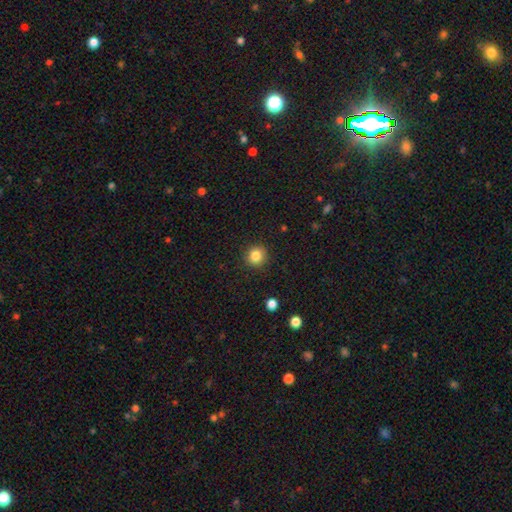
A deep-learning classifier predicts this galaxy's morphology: This is clearly a smooth galaxy (84%). How rounded: clearly round (92%). Merging: clearly none (91%).